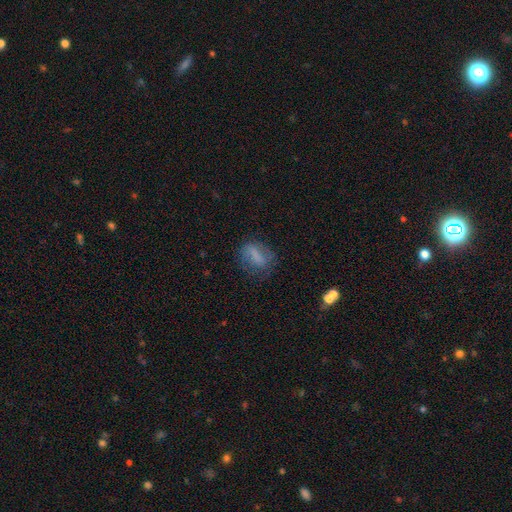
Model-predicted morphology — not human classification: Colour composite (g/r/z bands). It shows a smooth galaxy with no disk features (64%) that is in between round and cigar-shaped (72%). Merging: none (62%).